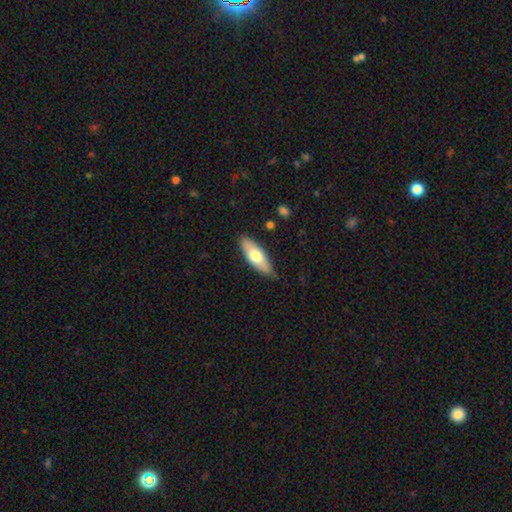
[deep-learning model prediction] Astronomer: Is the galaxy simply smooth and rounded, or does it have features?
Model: smooth — 63%.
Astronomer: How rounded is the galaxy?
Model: in between — 67%.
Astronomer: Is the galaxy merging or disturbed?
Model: none — 82%.